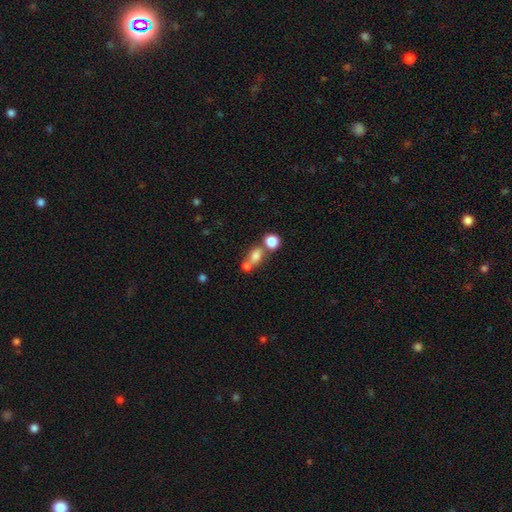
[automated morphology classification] The model was most divided on "how rounded": in between: 51%, round: 45%, cigar-shaped: 4%. Remaining: smooth or featured — smooth (74%); merging — merger (47%).